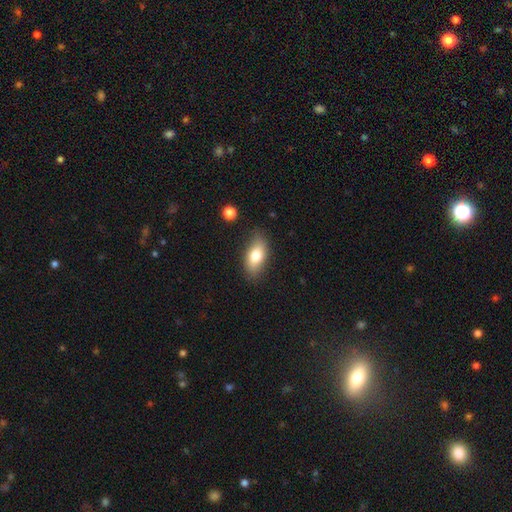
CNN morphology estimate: smooth-or-featured: smooth: 76% | featured or disk: 16% | star or artifact: 7%
  how-rounded: in between: 87% | cigar-shaped: 8% | round: 5%
  merging: none: 80% | minor disturbance: 14% | major disturbance: 4% | merger: 2%